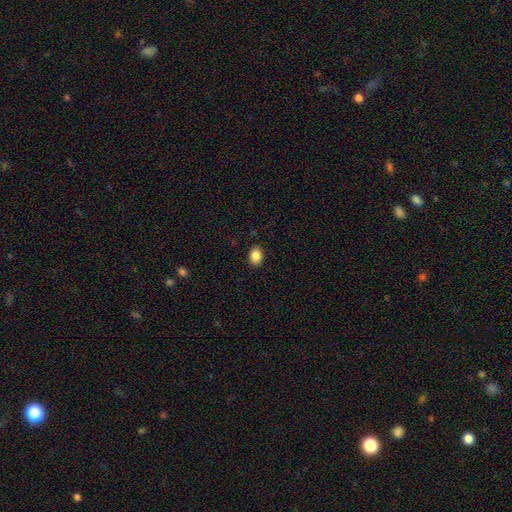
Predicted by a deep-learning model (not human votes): The model was most divided on "how rounded": in between: 59%, round: 40%, cigar-shaped: 1%. More confident: merging — none (90%); smooth or featured — smooth (87%).